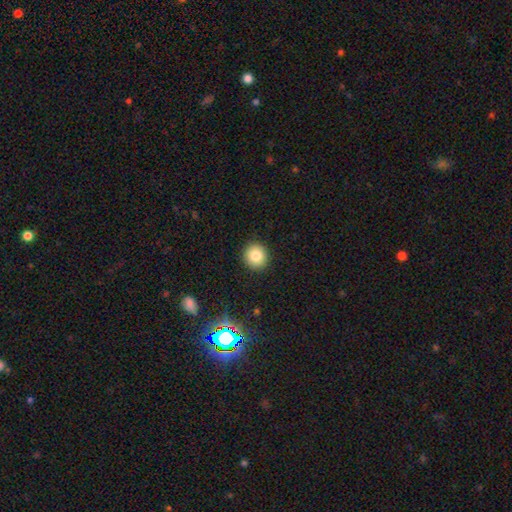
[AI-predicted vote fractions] This appears to be a smooth galaxy with no disk features (83%) that is round (90%). Merging: none (92%).